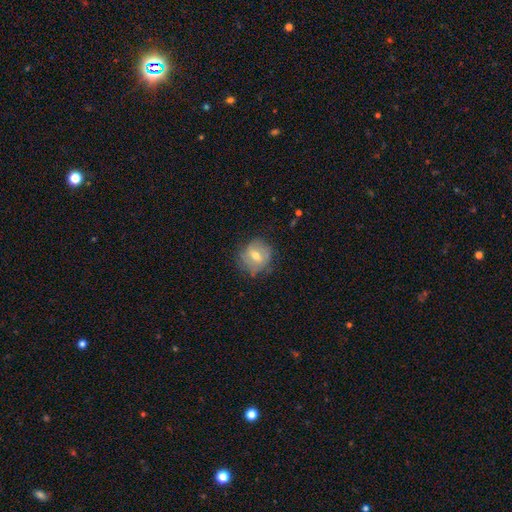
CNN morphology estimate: featured or disk 51%, smooth 41%, star or artifact 8%. Down the decision tree: edge-on disk — no (95%); merging — none (67%).